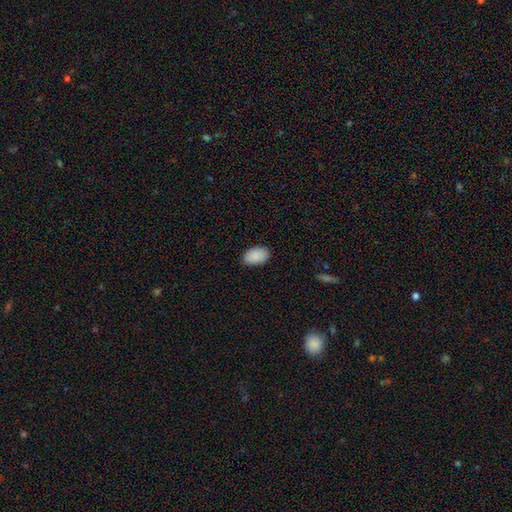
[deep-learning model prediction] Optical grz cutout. It shows a smooth galaxy with no disk features (90%) that is in between round and cigar-shaped (92%). Merging: none (84%).